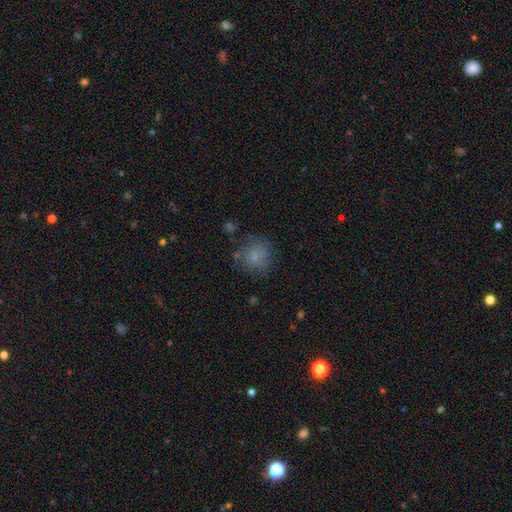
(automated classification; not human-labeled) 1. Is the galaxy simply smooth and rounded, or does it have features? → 75% smooth, 14% featured or disk, 11% star or artifact.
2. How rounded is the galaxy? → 83% round, 16% in between, 1% cigar-shaped.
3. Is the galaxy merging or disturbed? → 67% none, 19% minor disturbance, 9% major disturbance, 5% merger.